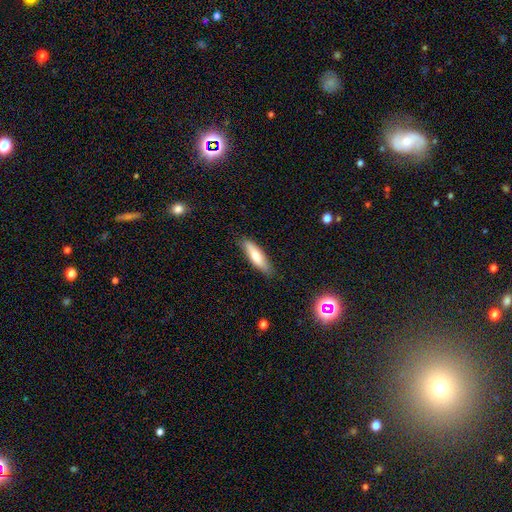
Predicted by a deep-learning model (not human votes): This appears to be a smooth galaxy with no disk features (72%) that is cigar-shaped (63%). Merging: none (83%).